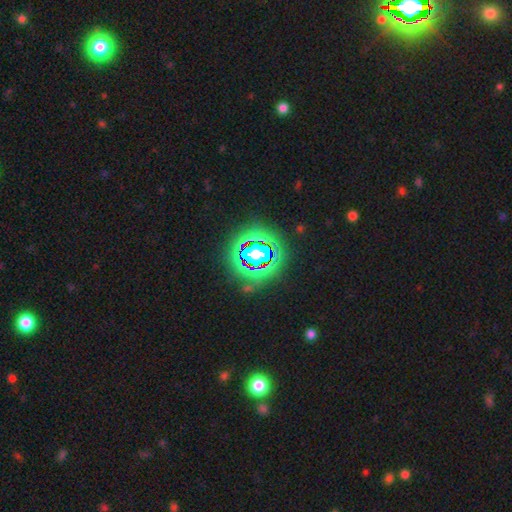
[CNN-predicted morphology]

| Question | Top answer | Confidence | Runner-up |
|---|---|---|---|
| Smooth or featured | star or artifact | 63% | smooth (23%) |